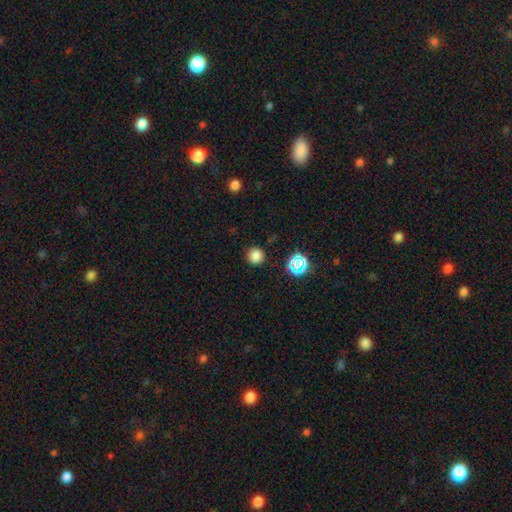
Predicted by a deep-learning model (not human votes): Smooth or featured? smooth (79%)
How rounded? round (94%)
Merging? none (90%)